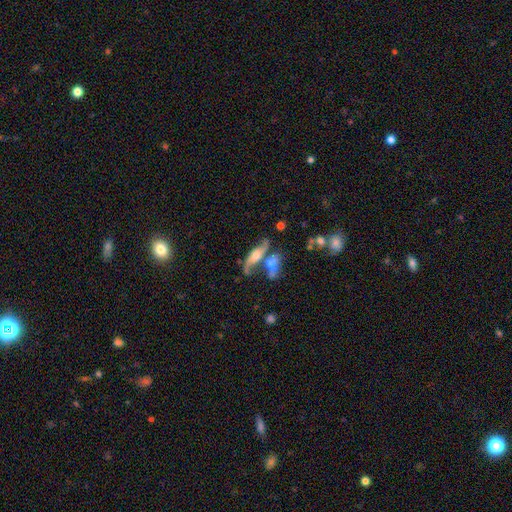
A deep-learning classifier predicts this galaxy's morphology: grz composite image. It shows a featured or disk galaxy (62%). Merging: merger (42%).